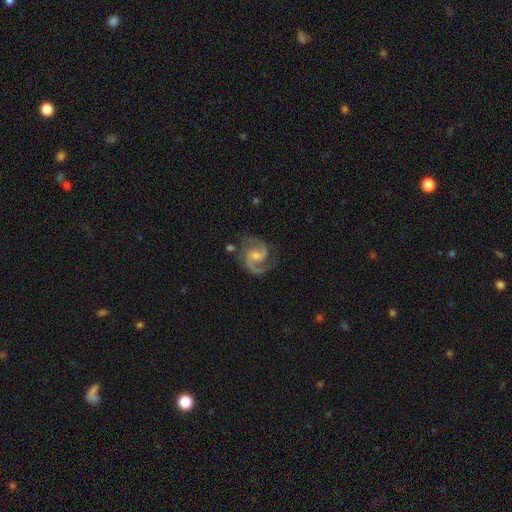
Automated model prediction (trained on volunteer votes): Smooth or featured?
  - featured or disk: 92% *
  - star or artifact: 4%
  - smooth: 3%
Edge-on disk?
  - no: 98% *
  - yes: 2%
Bar?
  - weak: 48% *
  - no: 41%
  - strong: 11%
Spiral arms?
  - yes: 98% *
  - no: 2%
Spiral winding?
  - medium: 66% *
  - tight: 18%
  - loose: 15%
Spiral arm count?
  - 2: 93% *
  - 3: 2%
  - can't tell: 2%
  - 1: 1%
  - 4: 1%
  - more than 4: 1%
Bulge size?
  - small: 46% *
  - moderate: 42%
  - none: 8%
  - large: 2%
  - dominant: 1%
Merging?
  - none: 77% *
  - minor disturbance: 15%
  - major disturbance: 5%
  - merger: 3%